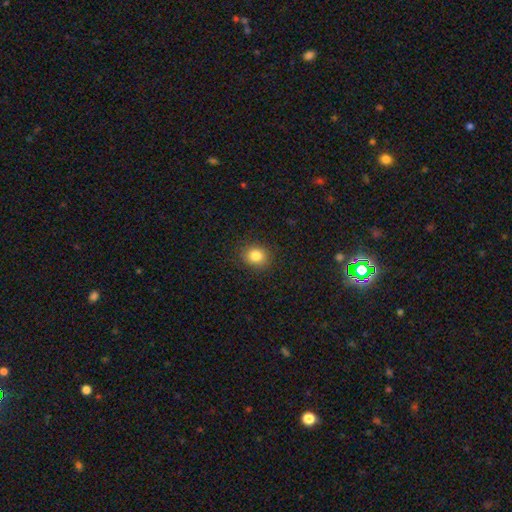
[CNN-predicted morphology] Smooth or featured: smooth — 83% (star or artifact — 10%)
How rounded: round — 68% (in between — 31%)
Merging: none — 88% (minor disturbance — 9%)